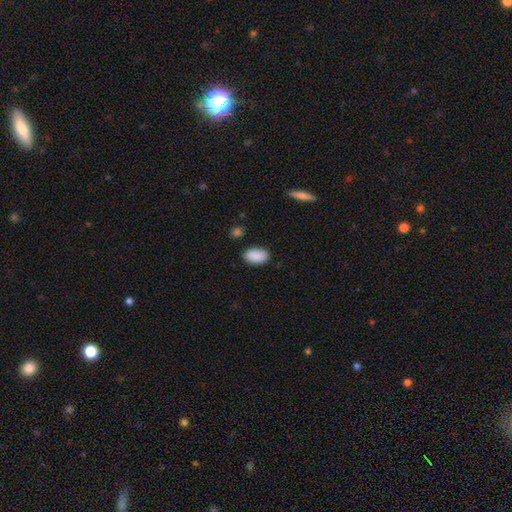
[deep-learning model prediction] Morphology: type=smooth (90%); roundness=in between (92%); merging=none (85%).